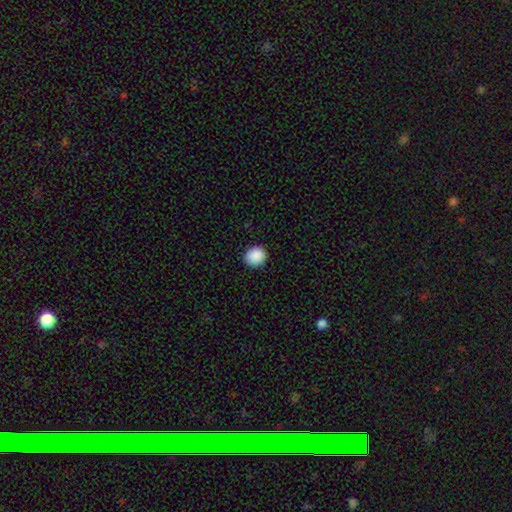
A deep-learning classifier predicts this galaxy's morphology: A smooth galaxy with no disk features (90%) that is round (75%).

Vote fractions:
- Smooth or featured? smooth: 90% / star or artifact: 8% / featured or disk: 2%
- How rounded? round: 75% / in between: 24% / cigar-shaped: 1%
- Merging? none: 90% / minor disturbance: 7% / major disturbance: 2% / merger: 1%